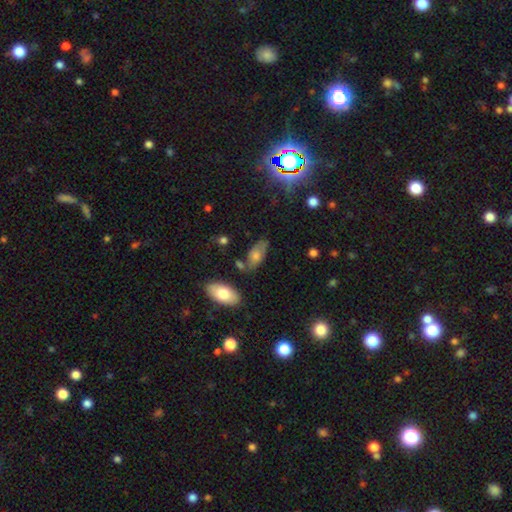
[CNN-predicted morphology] This appears to be a smooth galaxy with no disk features (63%) that is in between round and cigar-shaped (88%). Merging: none (60%).